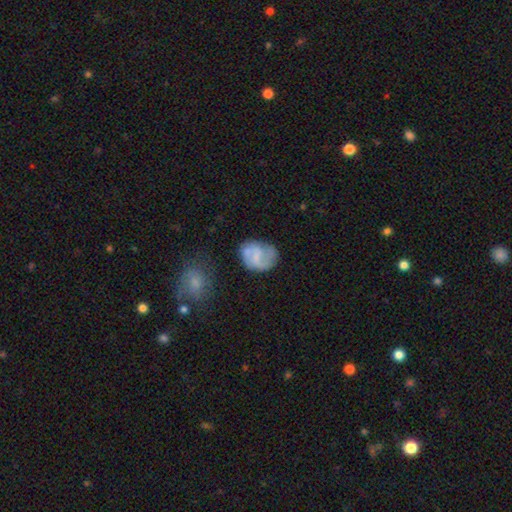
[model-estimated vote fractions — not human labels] Smooth or featured: featured or disk — 57% (smooth — 36%)
Edge-on disk: no — 98% (yes — 2%)
Bar: weak — 49% (no — 37%)
Spiral arms: yes — 81% (no — 19%)
Bulge size: none — 43% (small — 38%)
Merging: none — 58% (minor disturbance — 24%)